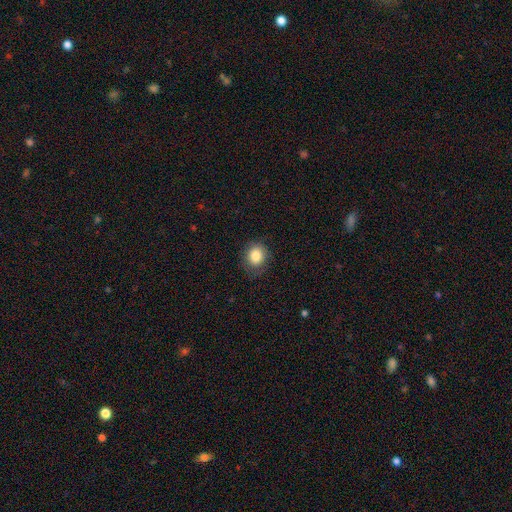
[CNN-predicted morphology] A smooth galaxy with no disk features (83%) that is round (66%).

Vote fractions:
- Smooth or featured? smooth: 83% / star or artifact: 9% / featured or disk: 8%
- How rounded? round: 66% / in between: 33% / cigar-shaped: 1%
- Merging? none: 78% / minor disturbance: 16% / major disturbance: 5% / merger: 1%